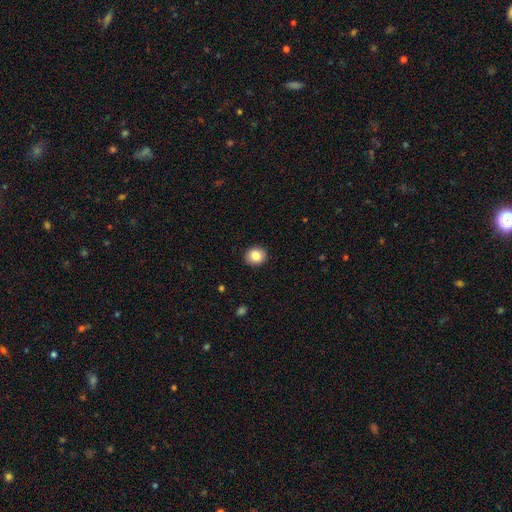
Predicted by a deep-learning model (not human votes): Smooth or featured?
  - smooth: 84% *
  - star or artifact: 9%
  - featured or disk: 7%
How rounded?
  - round: 77% *
  - in between: 22%
  - cigar-shaped: 1%
Merging?
  - none: 92% *
  - minor disturbance: 6%
  - major disturbance: 2%
  - merger: 1%